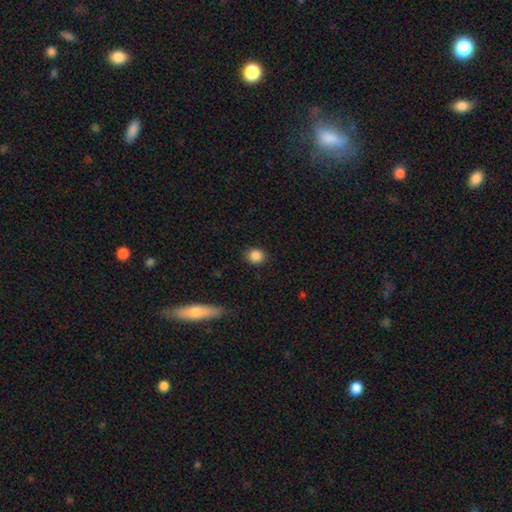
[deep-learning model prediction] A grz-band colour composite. It shows a smooth galaxy with no disk features (87%) that is round (70%). Merging: none (87%).